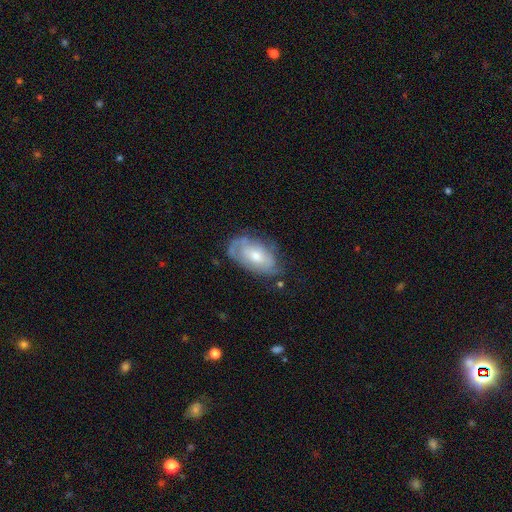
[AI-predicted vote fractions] Overall: featured or disk (57%; smooth 36%). Edge-on disk: no (93%). Bar: no (74%). Spiral arms: yes (63%; no 37%). Bulge size: moderate (58%; small 33%). Merging: none (58%; minor disturbance 28%).